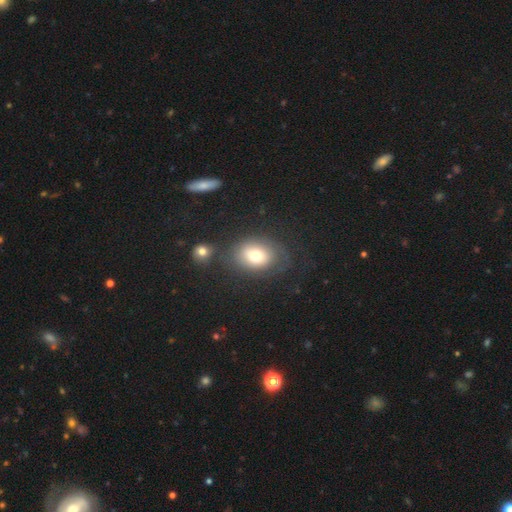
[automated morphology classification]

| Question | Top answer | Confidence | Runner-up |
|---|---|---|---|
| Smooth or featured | smooth | 66% | featured or disk (22%) |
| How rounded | in between | 60% | round (39%) |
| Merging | none | 63% | minor disturbance (17%) |